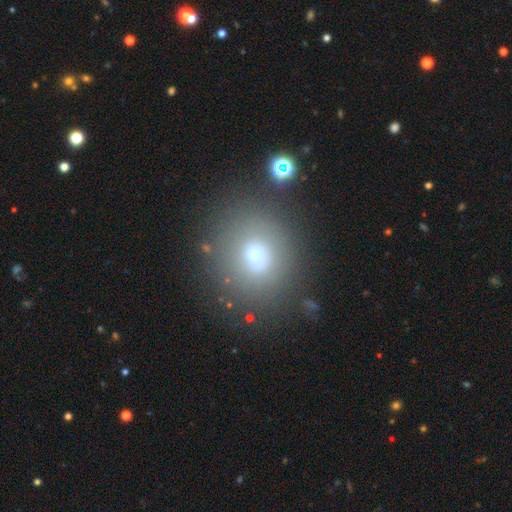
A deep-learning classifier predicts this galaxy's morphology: This appears to be a smooth galaxy with no disk features (63%) that is round (80%). Merging: none (77%).